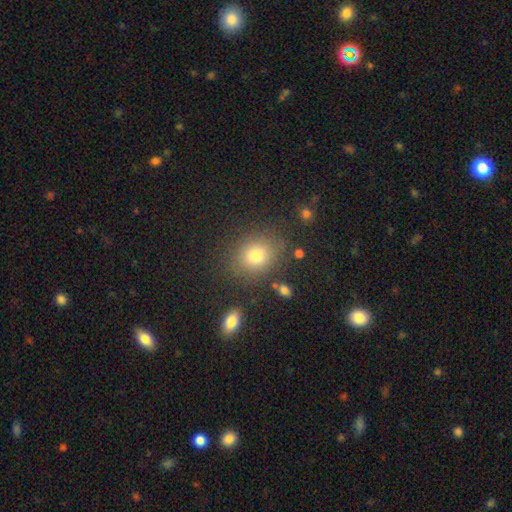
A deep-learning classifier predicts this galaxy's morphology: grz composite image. It shows a smooth galaxy with no disk features (78%) that is round (57%). Merging: none (81%).